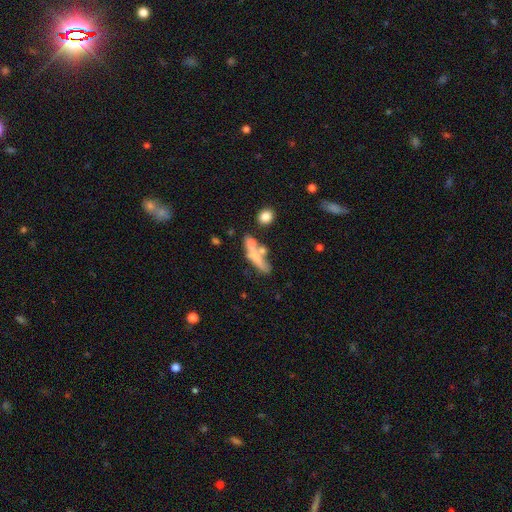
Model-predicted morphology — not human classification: smooth_or_featured: smooth (p=0.56) [alt: featured or disk p=0.34]
how_rounded: cigar-shaped (p=0.68) [alt: in between p=0.27]
merging: none (p=0.36) [alt: merger p=0.33]